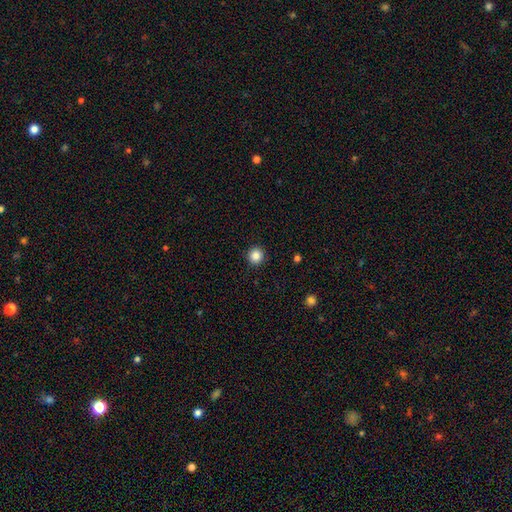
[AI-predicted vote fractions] The model was most divided on "smooth or featured": smooth: 86%, star or artifact: 11%, featured or disk: 4%. More confident: how rounded — round (95%); merging — none (92%).